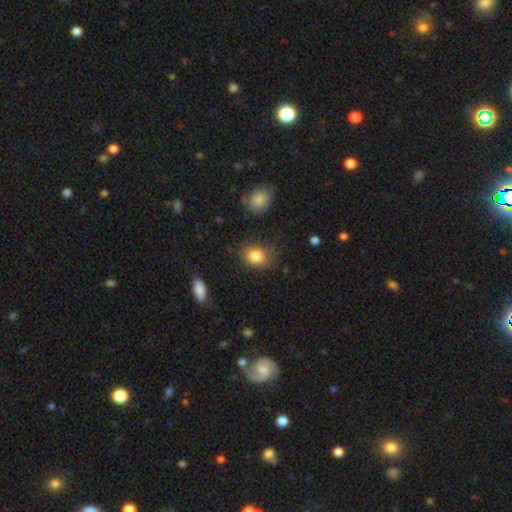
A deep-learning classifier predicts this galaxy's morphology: Smooth or featured? smooth (84%)
How rounded? in between (56%)
Merging? none (74%)